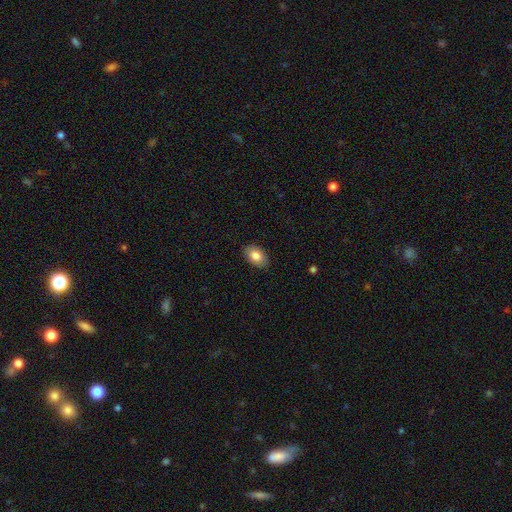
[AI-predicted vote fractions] Smooth or featured: smooth — 84% (featured or disk — 9%)
How rounded: in between — 88% (round — 11%)
Merging: none — 87% (minor disturbance — 9%)